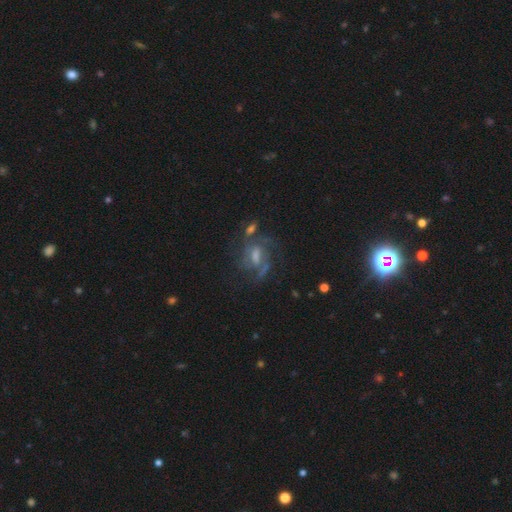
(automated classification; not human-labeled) Smooth or featured? featured or disk (75%)
Edge-on disk? no (96%)
Bar? weak (51%)
Spiral arms? yes (92%)
Spiral winding? medium (51%)
Spiral arm count? 2 (38%)
Bulge size? moderate (45%)
Merging? none (56%)